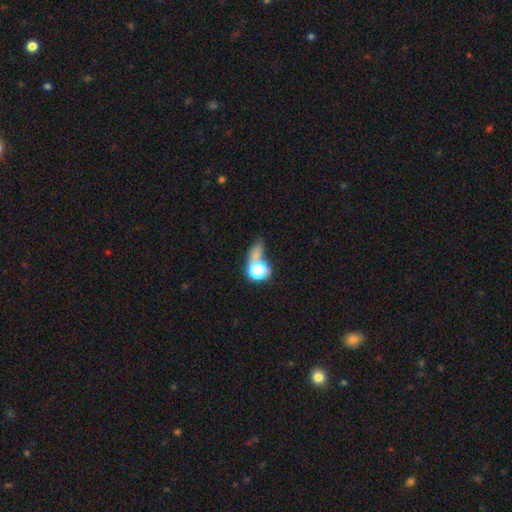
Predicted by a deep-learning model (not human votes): Overall: smooth (64%). How rounded: round (54%; in between 41%). Merging: merger (37%; none 30%).